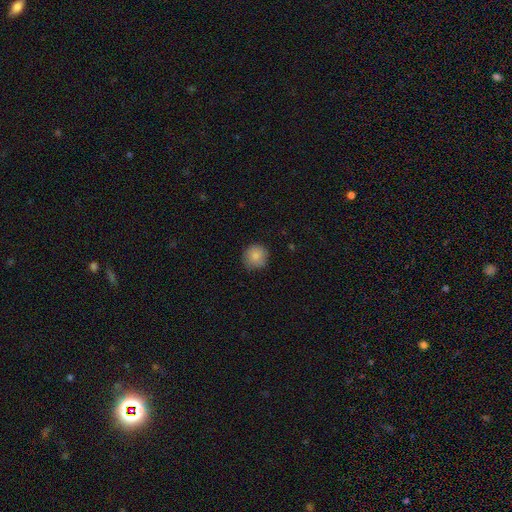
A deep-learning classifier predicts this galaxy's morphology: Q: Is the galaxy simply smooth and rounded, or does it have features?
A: smooth — 85%.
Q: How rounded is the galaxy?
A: round — 93%.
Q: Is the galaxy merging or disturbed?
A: none — 84%.